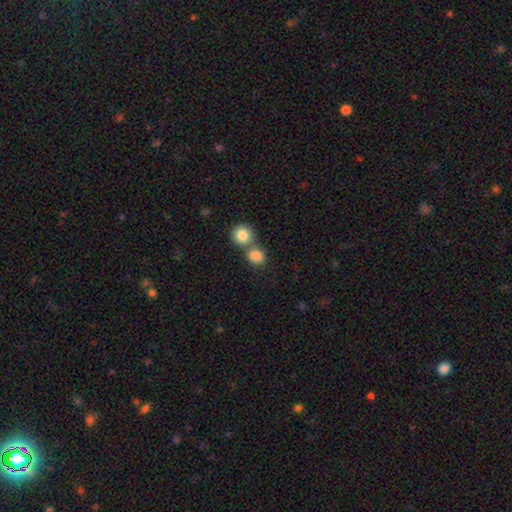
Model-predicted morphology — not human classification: type=smooth (84%); roundness=round (72%); merging=merger (46%).